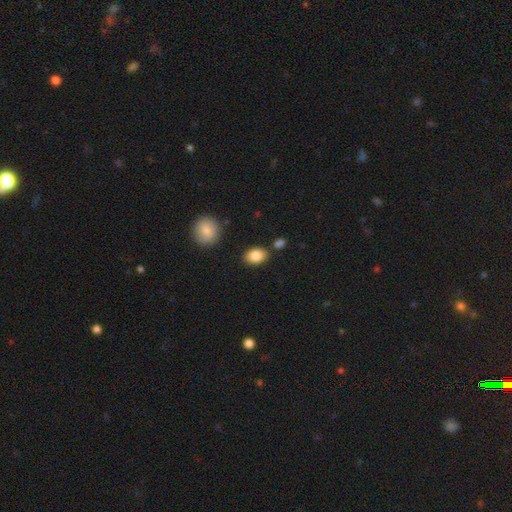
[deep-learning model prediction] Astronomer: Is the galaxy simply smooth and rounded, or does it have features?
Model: smooth — 84%.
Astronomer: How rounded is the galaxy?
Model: in between — 83%.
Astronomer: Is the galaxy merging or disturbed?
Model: none — 82%.